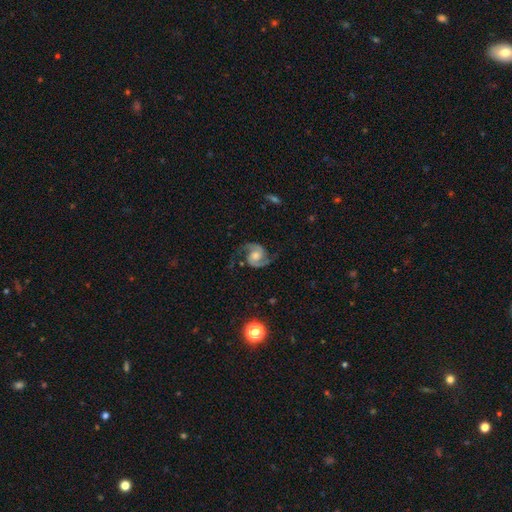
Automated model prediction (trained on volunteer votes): Smooth or featured? Predicted: featured or disk (p=0.90). Edge-on disk? Predicted: no (p=0.98). Bar? Predicted: no (p=0.62). Spiral arms? Predicted: yes (p=0.98). Spiral winding? Predicted: medium (p=0.56). Spiral arm count? Predicted: 2 (p=0.94). Bulge size? Predicted: moderate (p=0.59). Merging? Predicted: none (p=0.78).